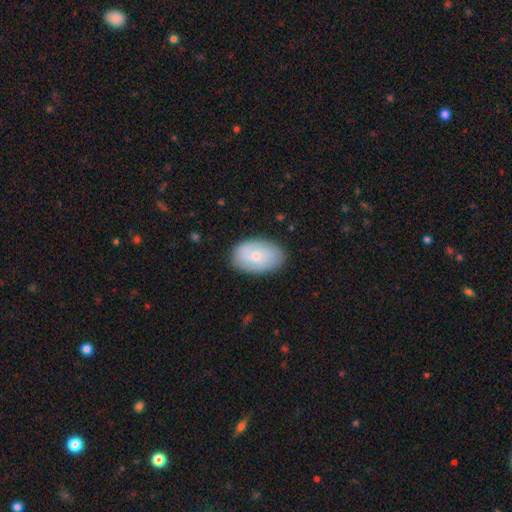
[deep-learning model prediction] Smooth or featured? Predicted: smooth (p=0.68). How rounded? Predicted: in between (p=0.90). Merging? Predicted: none (p=0.83).